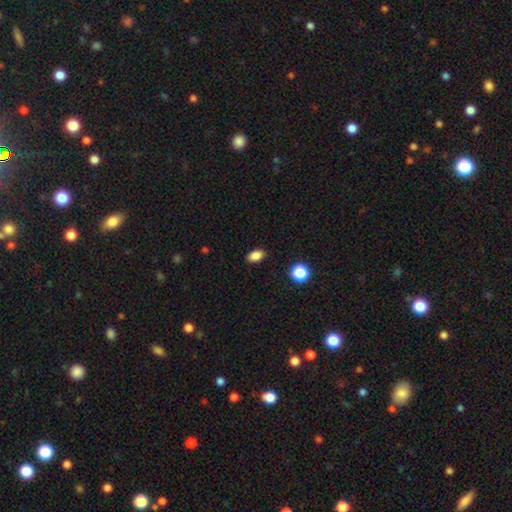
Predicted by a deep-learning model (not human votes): smooth 86%, star or artifact 10%, featured or disk 4%. Down the decision tree: how rounded — in between (86%); merging — none (89%).